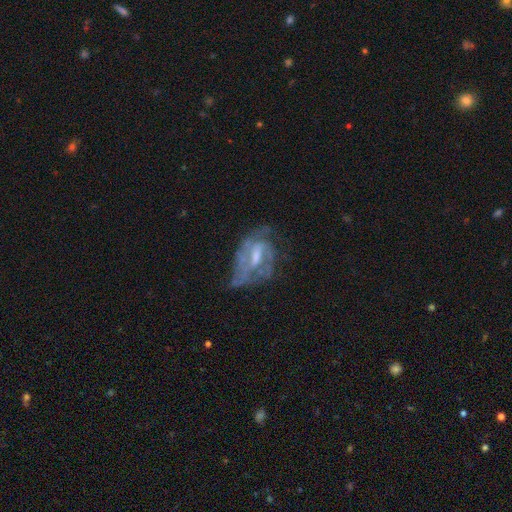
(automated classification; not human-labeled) smooth_or_featured: featured or disk (p=0.78) [alt: smooth p=0.14]
disk_edge_on: no (p=0.96) [alt: yes p=0.04]
bar: weak (p=0.52) [alt: no p=0.26]
has_spiral_arms: yes (p=0.80) [alt: no p=0.20]
spiral_winding: medium (p=0.43) [alt: tight p=0.38]
spiral_arm_count: 2 (p=0.37) [alt: can't tell p=0.34]
bulge_size: moderate (p=0.45) [alt: small p=0.32]
merging: none (p=0.42) [alt: major disturbance p=0.29]